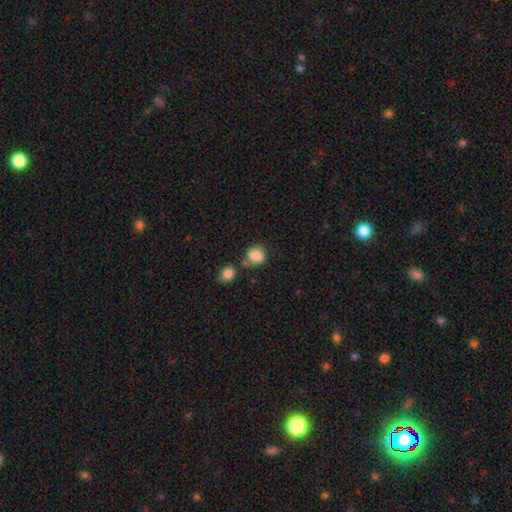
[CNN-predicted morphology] A smooth galaxy with no disk features (84%) that is round (71%).

Vote fractions:
- Smooth or featured? smooth: 84% / star or artifact: 9% / featured or disk: 7%
- How rounded? round: 71% / in between: 28% / cigar-shaped: 1%
- Merging? none: 56% / minor disturbance: 19% / merger: 18% / major disturbance: 6%